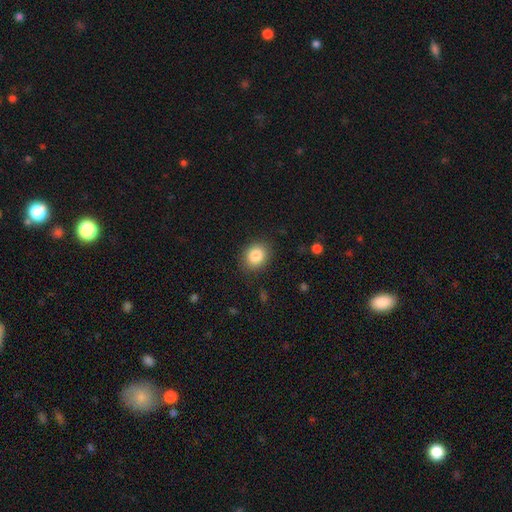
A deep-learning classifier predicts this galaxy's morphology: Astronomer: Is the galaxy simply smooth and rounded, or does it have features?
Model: smooth — 85%.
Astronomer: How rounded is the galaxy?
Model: round — 61% (runner-up: in between, 38%).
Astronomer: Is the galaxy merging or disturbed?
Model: none — 87%.